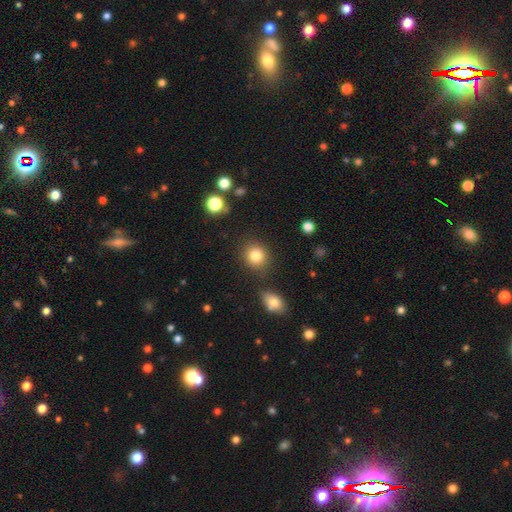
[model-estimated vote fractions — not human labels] A smooth galaxy with no disk features (83%) that is round (83%). Merging: none (83%).